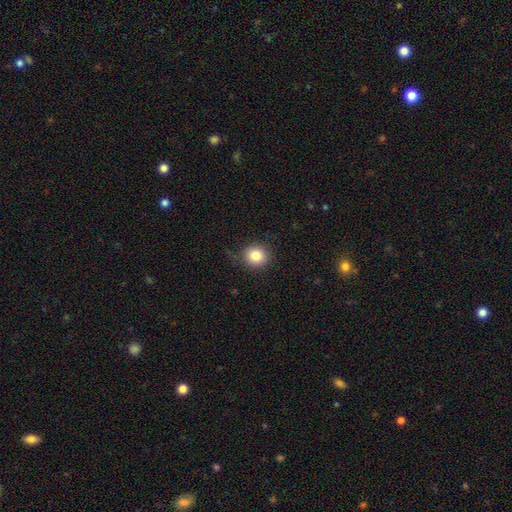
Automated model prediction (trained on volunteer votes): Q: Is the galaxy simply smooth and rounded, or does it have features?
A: smooth — 83%.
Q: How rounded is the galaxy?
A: round — 87%.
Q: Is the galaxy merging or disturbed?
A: none — 83%.